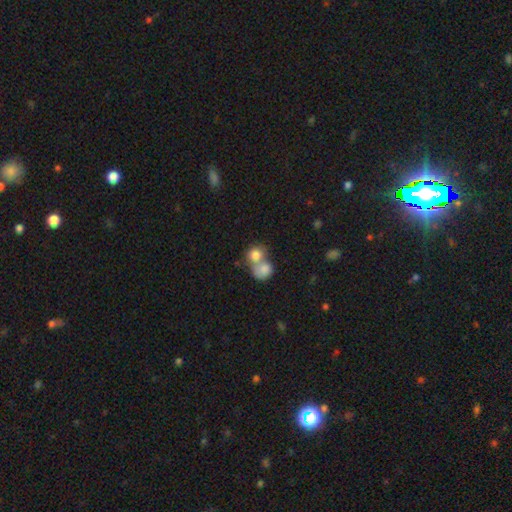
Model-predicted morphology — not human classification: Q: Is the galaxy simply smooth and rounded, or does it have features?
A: smooth — 80%.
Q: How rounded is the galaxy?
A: round — 74%.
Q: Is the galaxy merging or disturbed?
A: merger — 66%.